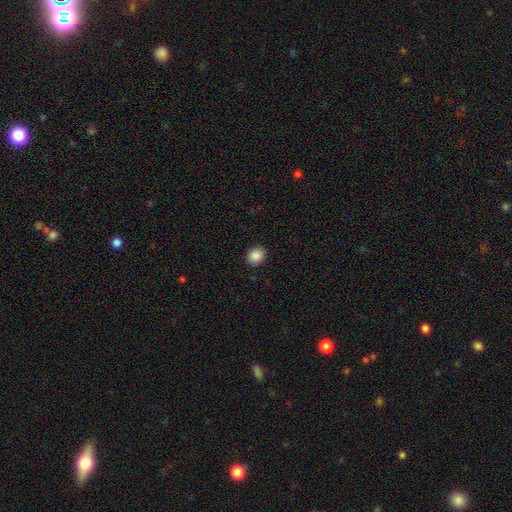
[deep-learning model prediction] This appears to be a smooth galaxy with no disk features (88%) that is round (67%). Merging: none (91%).